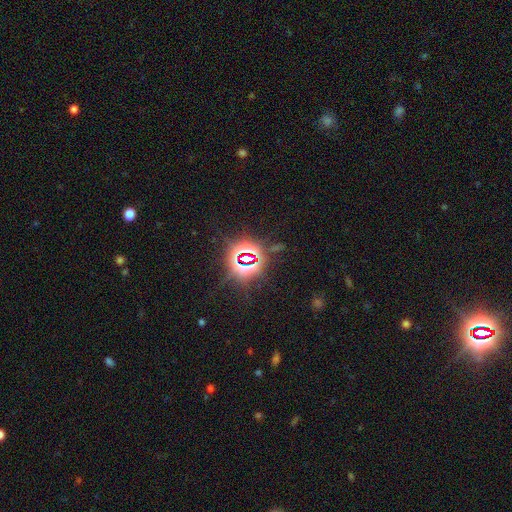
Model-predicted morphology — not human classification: smooth_or_featured: star or artifact (p=0.82) [alt: smooth p=0.11]